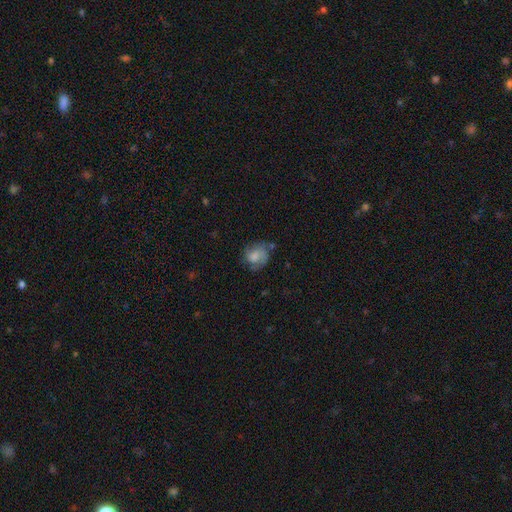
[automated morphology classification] Smooth or featured?
  - smooth: 51% *
  - featured or disk: 40%
  - star or artifact: 9%
How rounded?
  - round: 63% *
  - in between: 36%
  - cigar-shaped: 1%
Merging?
  - none: 54% *
  - minor disturbance: 27%
  - major disturbance: 15%
  - merger: 4%